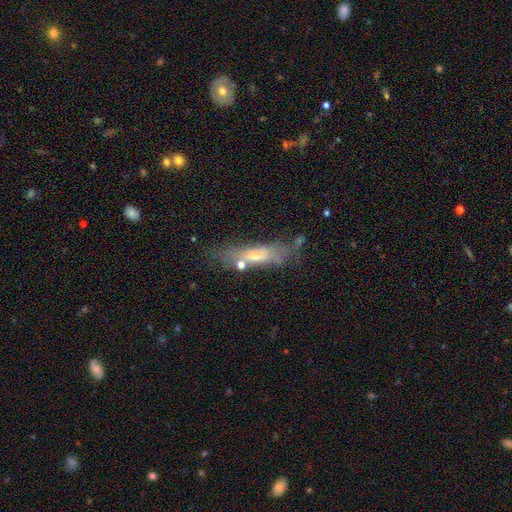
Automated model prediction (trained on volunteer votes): smooth_or_featured: smooth (p=0.50) [alt: featured or disk p=0.40]
how_rounded: cigar-shaped (p=0.65) [alt: in between p=0.32]
merging: none (p=0.51) [alt: minor disturbance p=0.23]